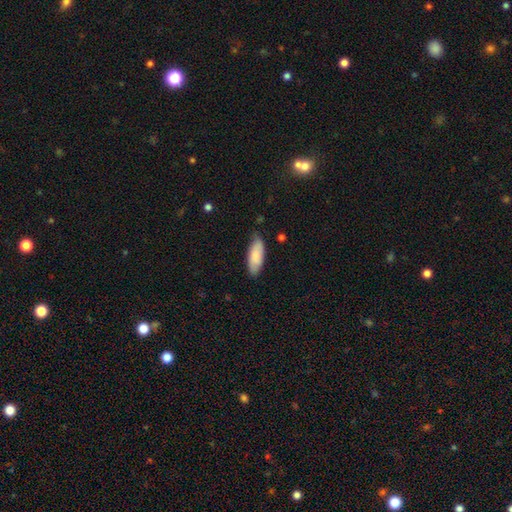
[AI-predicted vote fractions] A smooth galaxy with no disk features (83%) that is in between round and cigar-shaped (77%). Merging: none (75%).